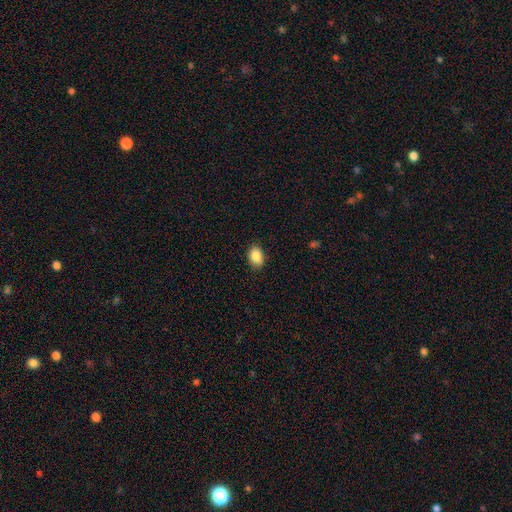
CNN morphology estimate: A smooth galaxy with no disk features (87%) that is in between round and cigar-shaped (78%). Merging: none (81%).